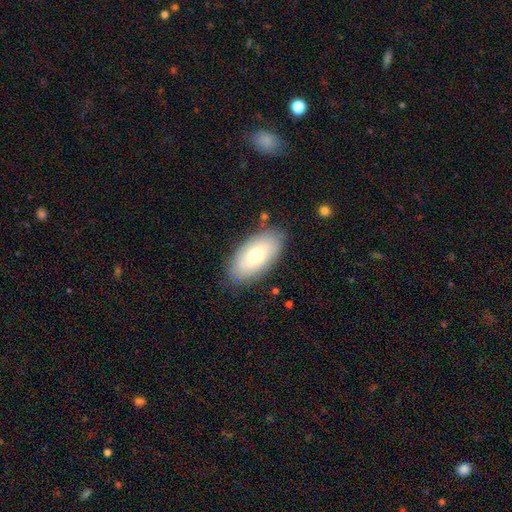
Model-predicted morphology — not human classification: This is likely a smooth galaxy (70%). How rounded: clearly in between (93%). Merging: clearly none (82%).